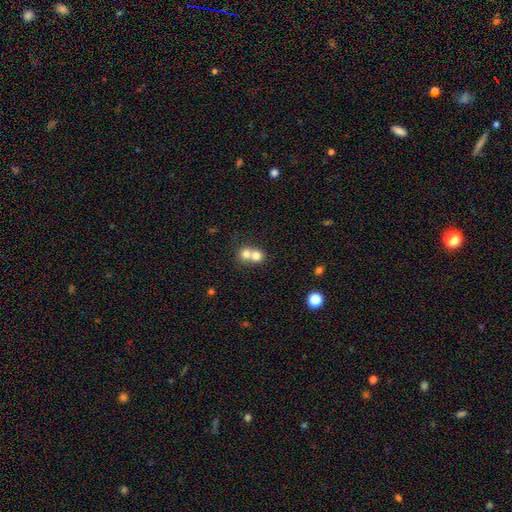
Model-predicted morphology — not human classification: Q: Smooth or featured?
A: smooth (75%); runner-up: featured or disk (15%)
Q: How rounded?
A: round (79%); runner-up: in between (20%)
Q: Merging?
A: merger (68%); runner-up: none (26%)